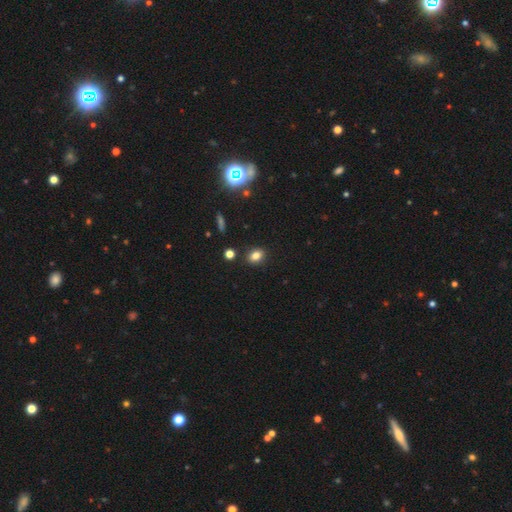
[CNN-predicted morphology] The model was most divided on "how rounded": in between: 63%, round: 35%, cigar-shaped: 2%. More confident: merging — none (86%); smooth or featured — smooth (79%).